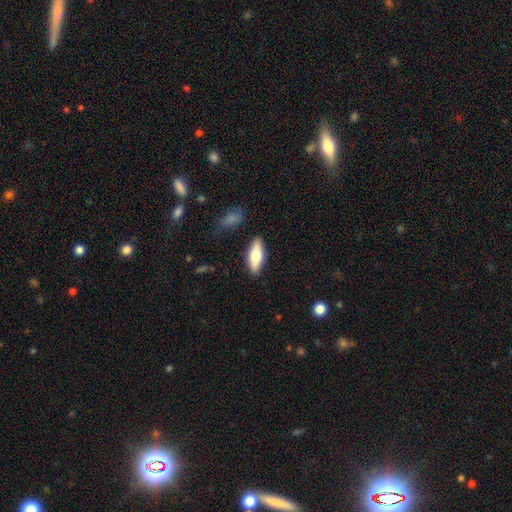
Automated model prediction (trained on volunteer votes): A smooth galaxy with no disk features (63%) that is in between round and cigar-shaped (60%).

Vote fractions:
- Smooth or featured? smooth: 63% / featured or disk: 31% / star or artifact: 6%
- How rounded? in between: 60% / cigar-shaped: 38% / round: 3%
- Merging? none: 86% / minor disturbance: 10% / major disturbance: 2% / merger: 2%